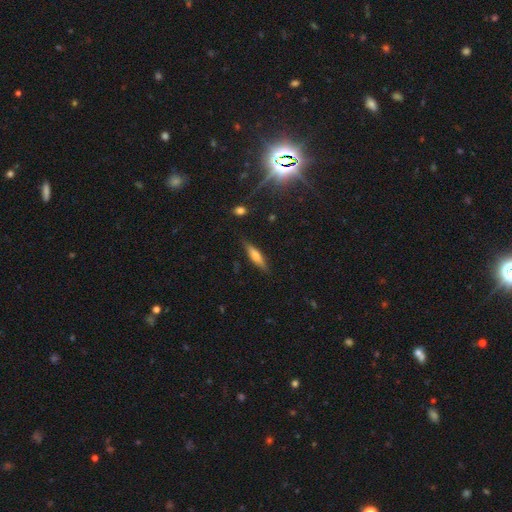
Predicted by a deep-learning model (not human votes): Overall: smooth (59%; featured or disk 33%). How rounded: cigar-shaped (76%). Merging: none (84%).